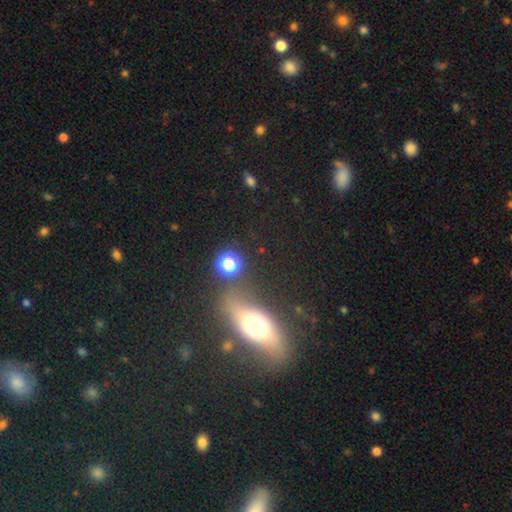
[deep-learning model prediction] Smooth or featured? Predicted: featured or disk (p=0.43). Merging? Predicted: none (p=0.69).